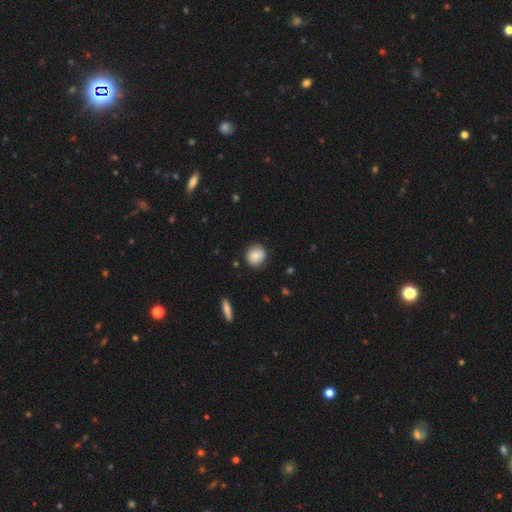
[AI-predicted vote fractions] Smooth or featured? Predicted: smooth (p=0.83). How rounded? Predicted: round (p=0.86). Merging? Predicted: none (p=0.86).